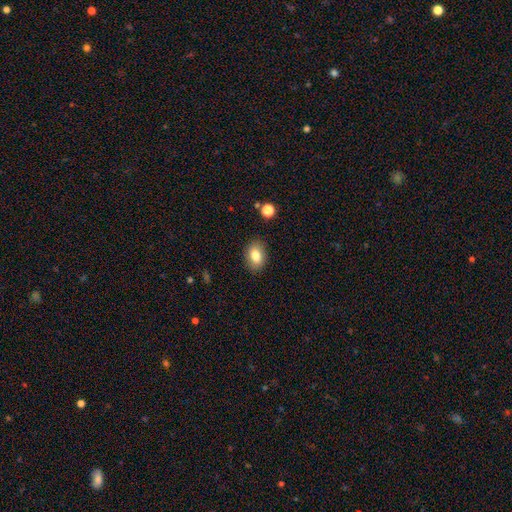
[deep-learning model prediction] Smooth or featured? smooth (81%)
How rounded? in between (76%)
Merging? none (86%)